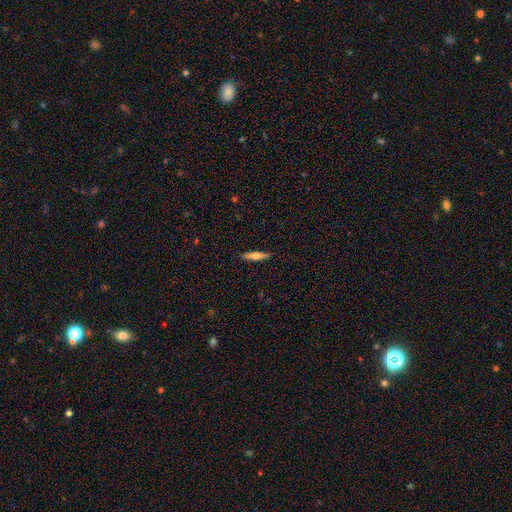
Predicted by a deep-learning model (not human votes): This appears to be a smooth galaxy with no disk features (57%) that is cigar-shaped (81%). Merging: none (89%).